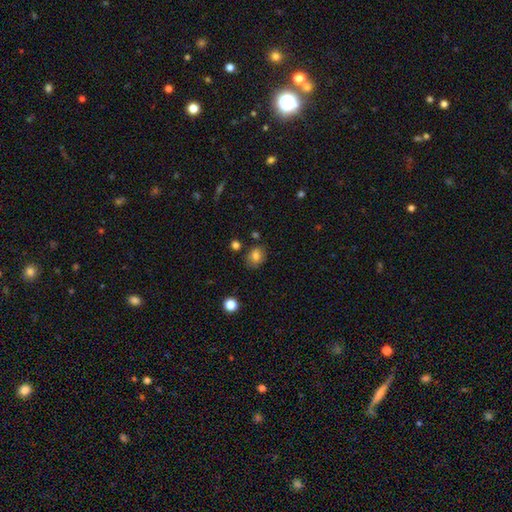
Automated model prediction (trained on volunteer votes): Smooth or featured? Predicted: smooth (p=0.78). How rounded? Predicted: in between (p=0.60). Merging? Predicted: none (p=0.75).